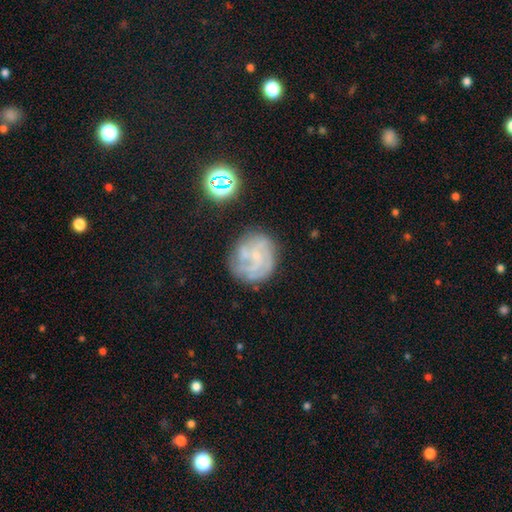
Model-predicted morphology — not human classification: Q: Smooth or featured?
A: featured or disk (68%); runner-up: smooth (21%)
Q: Edge-on disk?
A: no (98%); runner-up: yes (2%)
Q: Bar?
A: no (69%); runner-up: weak (27%)
Q: Spiral arms?
A: yes (83%); runner-up: no (17%)
Q: Spiral winding?
A: tight (50%); runner-up: medium (35%)
Q: Spiral arm count?
A: can't tell (37%); runner-up: 3 (24%)
Q: Bulge size?
A: small (57%); runner-up: none (29%)
Q: Merging?
A: none (69%); runner-up: minor disturbance (18%)